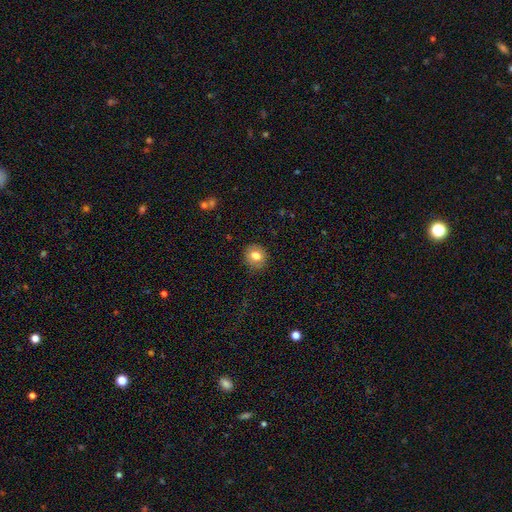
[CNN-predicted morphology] Smooth or featured? smooth (79%)
How rounded? round (79%)
Merging? none (87%)